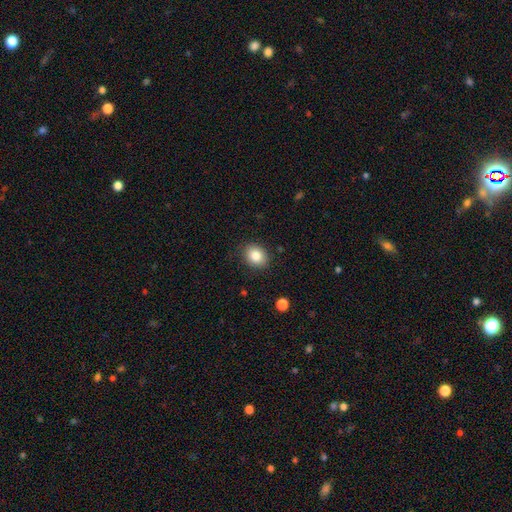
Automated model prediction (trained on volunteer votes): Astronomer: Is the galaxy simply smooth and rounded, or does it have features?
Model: smooth — 84%.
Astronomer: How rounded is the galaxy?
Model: round — 54% (runner-up: in between, 46%).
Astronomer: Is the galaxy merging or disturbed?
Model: none — 87%.